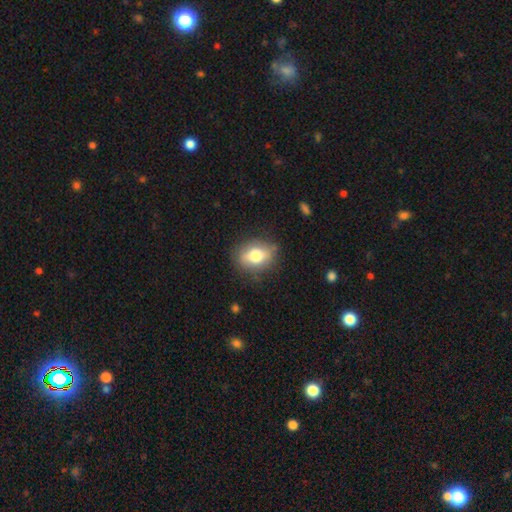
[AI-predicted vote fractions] smooth 73%, featured or disk 18%, star or artifact 8%. Down the decision tree: how rounded — in between (63%); merging — none (80%).